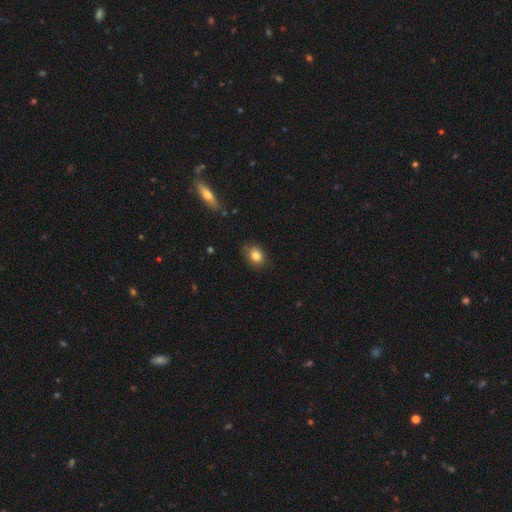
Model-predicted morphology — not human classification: The model was most divided on "how rounded": in between: 57%, round: 42%, cigar-shaped: 1%. More confident: smooth or featured — smooth (83%); merging — none (76%).